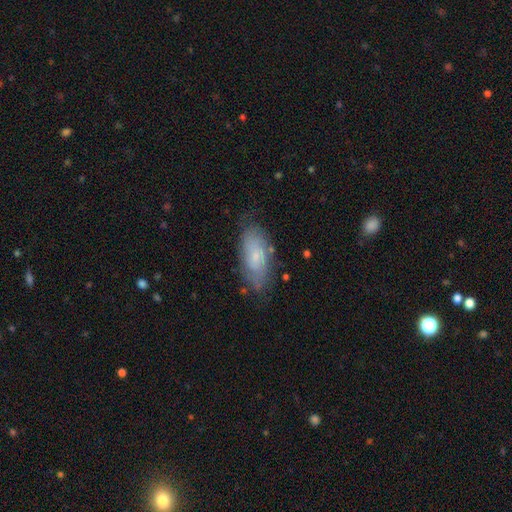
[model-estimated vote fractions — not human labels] Smooth or featured?
  - featured or disk: 50% *
  - smooth: 42%
  - star or artifact: 8%
Edge-on disk?
  - no: 88% *
  - yes: 12%
Merging?
  - none: 71% *
  - minor disturbance: 21%
  - major disturbance: 6%
  - merger: 2%